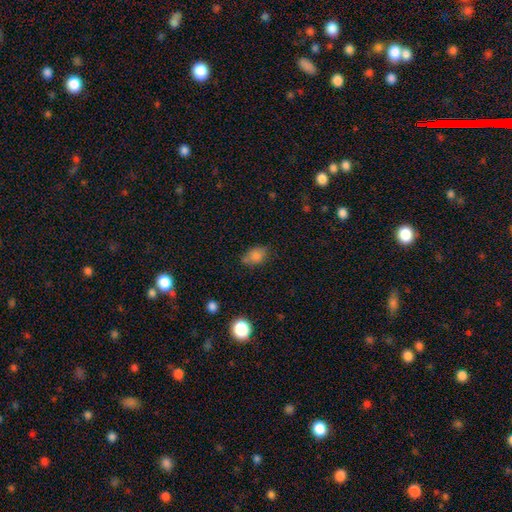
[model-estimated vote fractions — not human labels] A smooth galaxy with no disk features (78%) that is in between round and cigar-shaped (78%).

Vote fractions:
- Smooth or featured? smooth: 78% / star or artifact: 12% / featured or disk: 10%
- How rounded? in between: 78% / round: 20% / cigar-shaped: 2%
- Merging? none: 62% / minor disturbance: 26% / major disturbance: 7% / merger: 5%